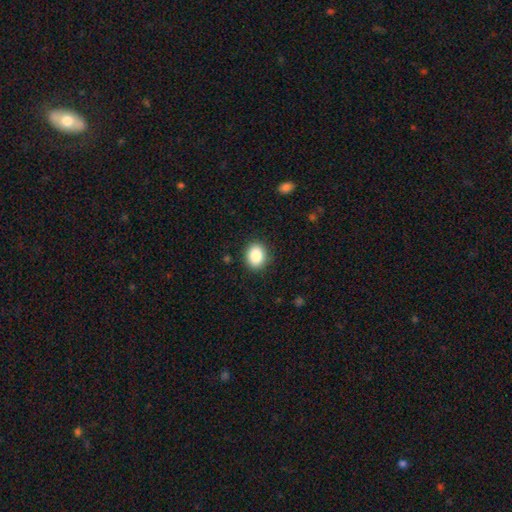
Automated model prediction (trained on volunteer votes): Overall: smooth (87%). How rounded: round (54%; in between 45%). Merging: none (88%).